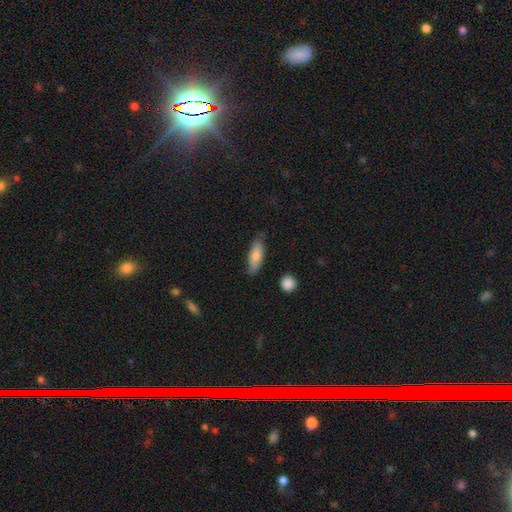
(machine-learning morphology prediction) smooth 77%, featured or disk 17%, star or artifact 6%. Down the decision tree: how rounded — in between (62%); merging — none (75%).